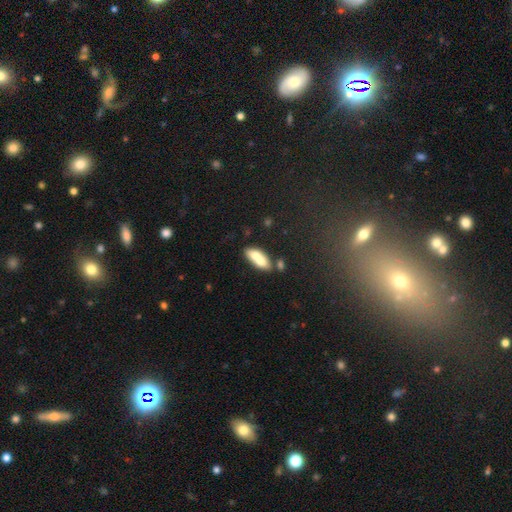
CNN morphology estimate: smooth_or_featured: smooth (p=0.65) [alt: featured or disk p=0.27]
how_rounded: in between (p=0.80) [alt: cigar-shaped p=0.15]
merging: merger (p=0.56) [alt: none p=0.30]